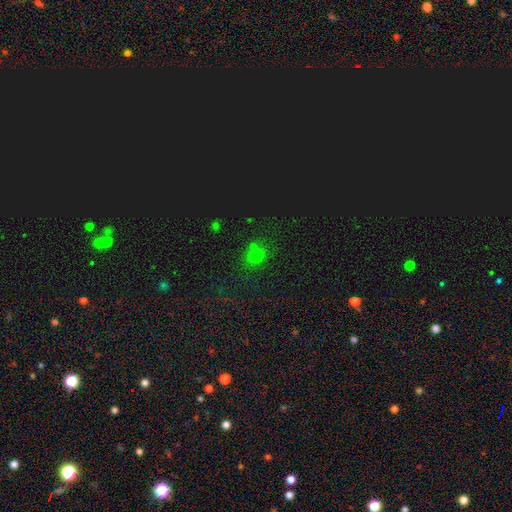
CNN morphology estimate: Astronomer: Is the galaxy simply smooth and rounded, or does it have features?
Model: smooth — 62%.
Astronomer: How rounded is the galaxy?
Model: round — 79%.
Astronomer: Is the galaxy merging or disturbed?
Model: none — 67%.